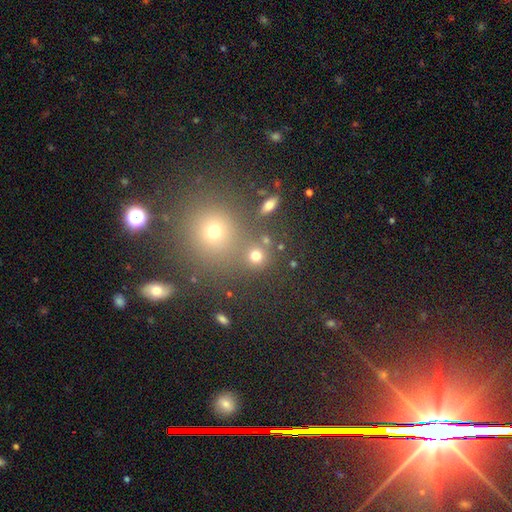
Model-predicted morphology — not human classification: The model was most divided on "merging": none: 68%, merger: 19%, minor disturbance: 8%, major disturbance: 5%. More confident: how rounded — round (86%); smooth or featured — smooth (74%).